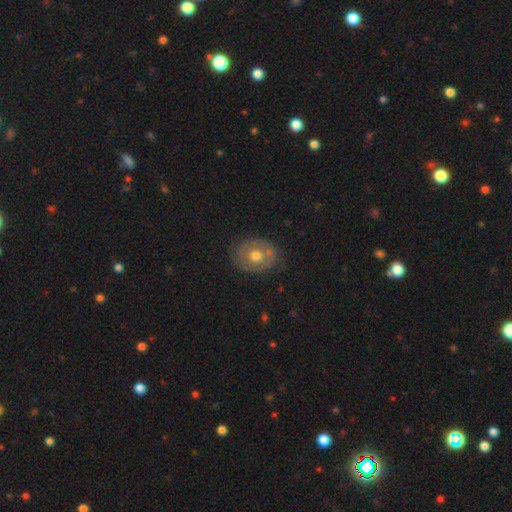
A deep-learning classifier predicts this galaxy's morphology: The model was most divided on "smooth or featured": featured or disk: 48%, smooth: 44%, star or artifact: 7%. More confident: merging — none (80%).